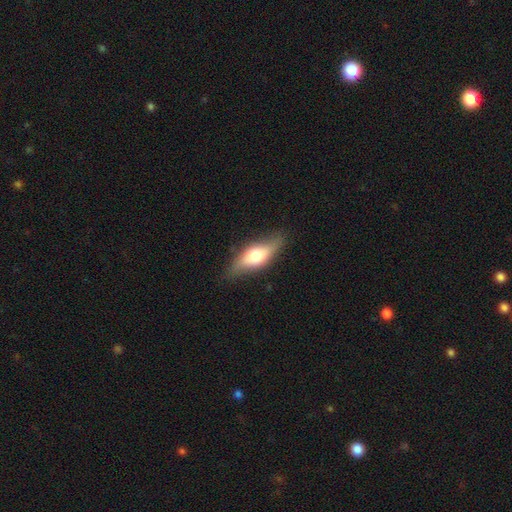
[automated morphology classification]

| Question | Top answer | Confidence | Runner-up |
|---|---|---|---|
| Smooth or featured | smooth | 54% | featured or disk (40%) |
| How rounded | in between | 66% | cigar-shaped (31%) |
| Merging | none | 77% | minor disturbance (18%) |